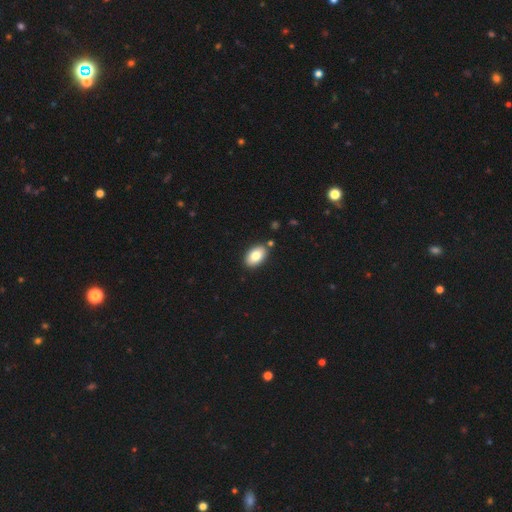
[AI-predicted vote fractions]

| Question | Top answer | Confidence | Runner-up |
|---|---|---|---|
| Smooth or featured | smooth | 82% | featured or disk (10%) |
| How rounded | in between | 91% | round (7%) |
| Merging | none | 85% | minor disturbance (9%) |